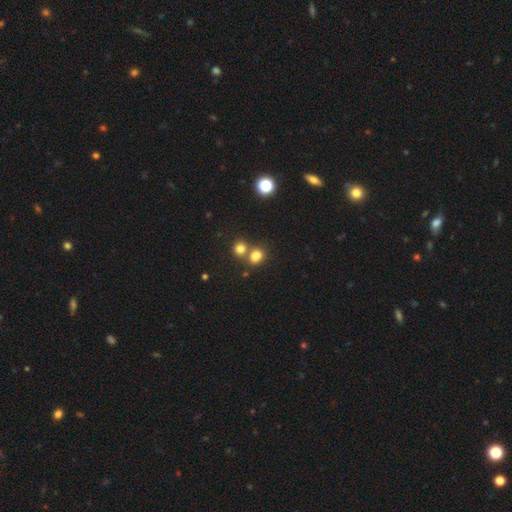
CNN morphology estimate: A smooth galaxy with no disk features (78%) that is round (55%). Merging: none (46%).